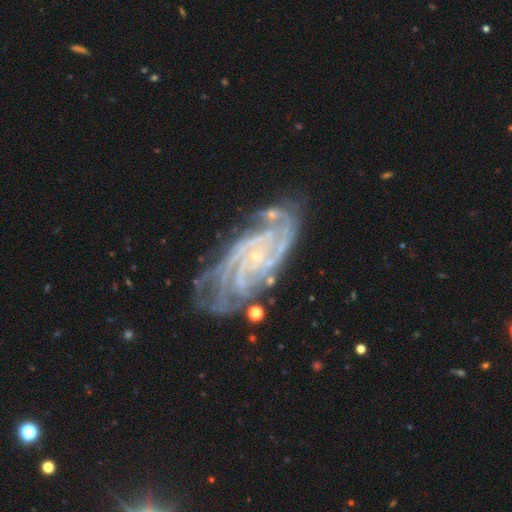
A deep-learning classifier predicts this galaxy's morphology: A featured or disk galaxy (90%) with no bar (68%), 4 (28%) tight (68%) spiral arms (98%) and a small central bulge (87%).

Vote fractions:
- Smooth or featured? featured or disk: 90% / star or artifact: 6% / smooth: 4%
- Edge-on disk? no: 96% / yes: 4%
- Bar? no: 68% / weak: 23% / strong: 8%
- Spiral arms? yes: 98% / no: 2%
- Spiral winding? tight: 68% / medium: 28% / loose: 5%
- Spiral arm count? 4: 28% / 3: 21% / can't tell: 18% / 2: 14% / more than 4: 11% / 1: 8%
- Bulge size? small: 87% / moderate: 6% / none: 5% / large: 1% / dominant: 1%
- Merging? none: 66% / minor disturbance: 21% / major disturbance: 9% / merger: 4%